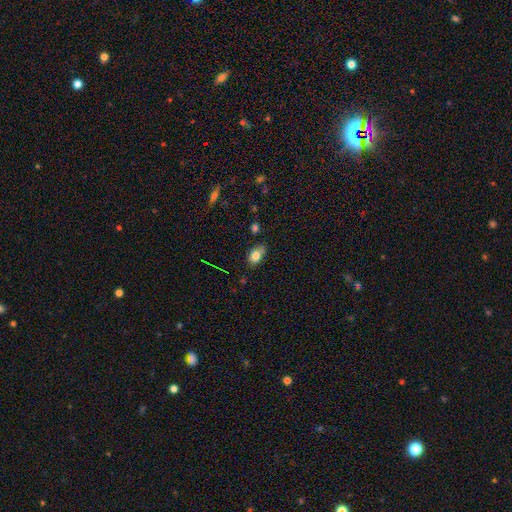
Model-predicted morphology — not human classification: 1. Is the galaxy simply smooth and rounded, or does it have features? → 81% smooth, 10% featured or disk, 10% star or artifact.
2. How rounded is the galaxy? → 84% in between, 14% round, 2% cigar-shaped.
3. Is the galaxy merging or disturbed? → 65% none, 27% minor disturbance, 5% major disturbance, 3% merger.